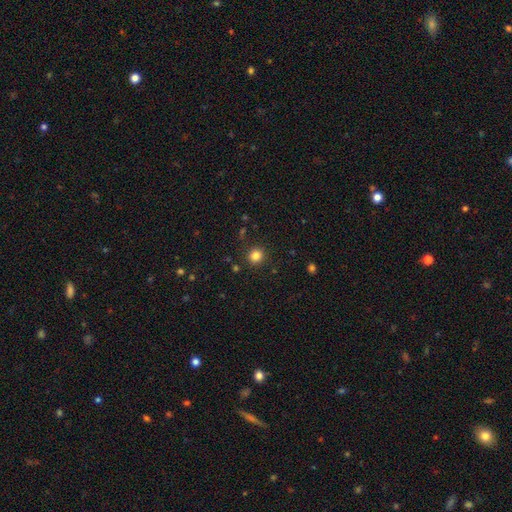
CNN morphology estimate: This appears to be a smooth galaxy with no disk features (83%) that is round (90%). Merging: none (90%).